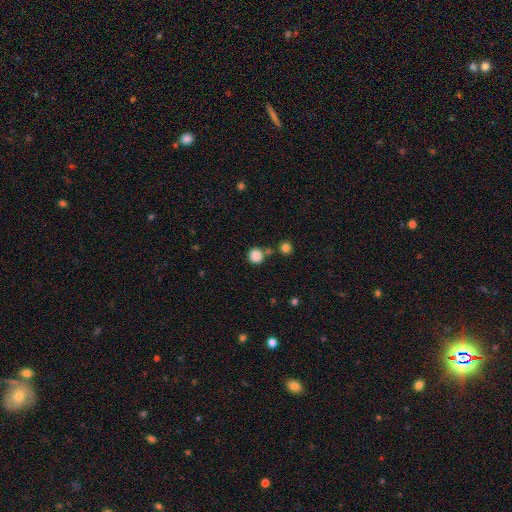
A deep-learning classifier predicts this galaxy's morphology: type=smooth (86%); roundness=round (93%); merging=none (77%).